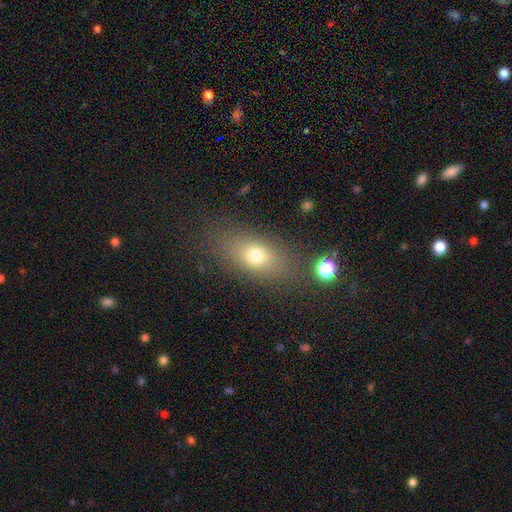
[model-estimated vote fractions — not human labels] Smooth or featured? Predicted: smooth (p=0.71). How rounded? Predicted: in between (p=0.76). Merging? Predicted: none (p=0.80).